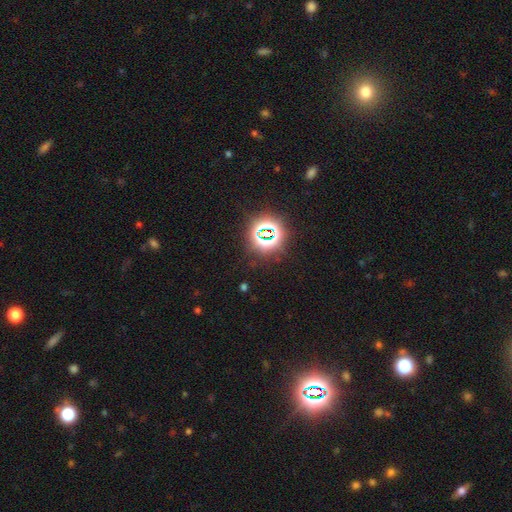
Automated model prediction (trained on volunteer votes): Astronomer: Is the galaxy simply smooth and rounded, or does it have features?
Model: star or artifact — 79%.